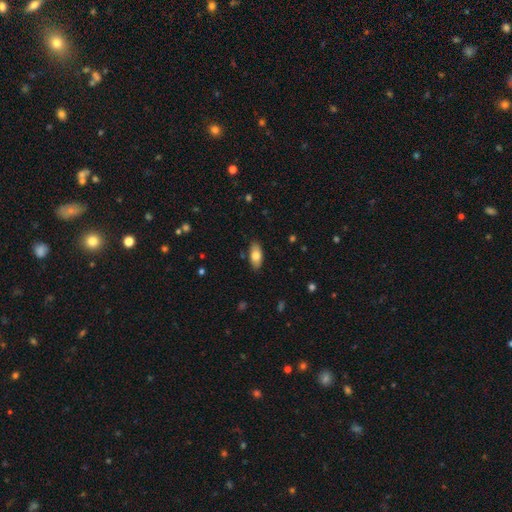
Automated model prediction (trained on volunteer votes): A smooth galaxy with no disk features (77%) that is in between round and cigar-shaped (90%). Merging: none (86%).